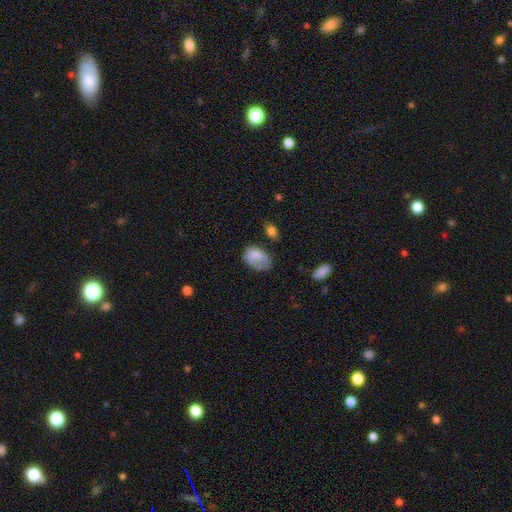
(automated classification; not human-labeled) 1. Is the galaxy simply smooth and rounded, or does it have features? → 73% smooth, 18% featured or disk, 9% star or artifact.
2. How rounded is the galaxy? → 78% in between, 21% round, 1% cigar-shaped.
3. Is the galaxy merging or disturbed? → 38% none, 33% minor disturbance, 25% major disturbance, 4% merger.